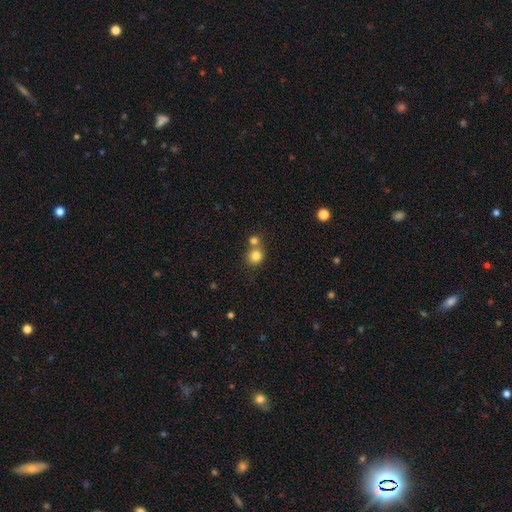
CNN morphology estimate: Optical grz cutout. It shows a smooth galaxy with no disk features (81%) that is round (82%). Merging: none (51%).